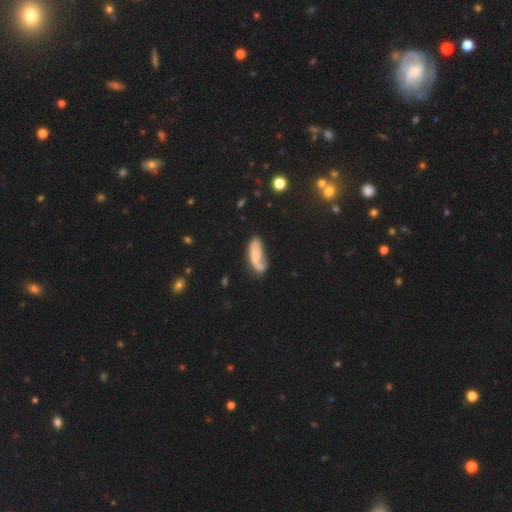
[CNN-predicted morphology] This is possibly a smooth galaxy (53%). How rounded: likely in between (71%). Merging: marginally none (43%).